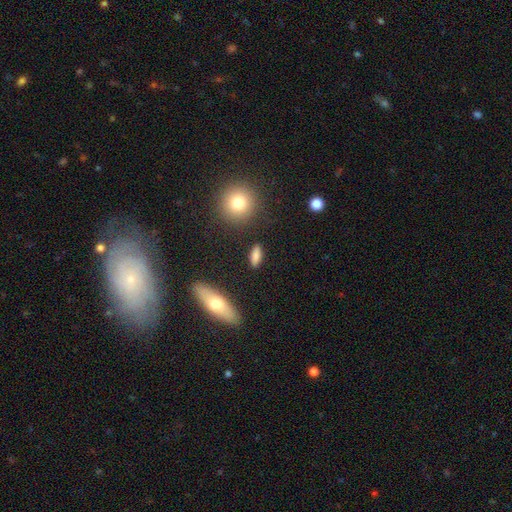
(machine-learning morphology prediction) Smooth or featured? smooth (80%)
How rounded? in between (58%)
Merging? none (85%)